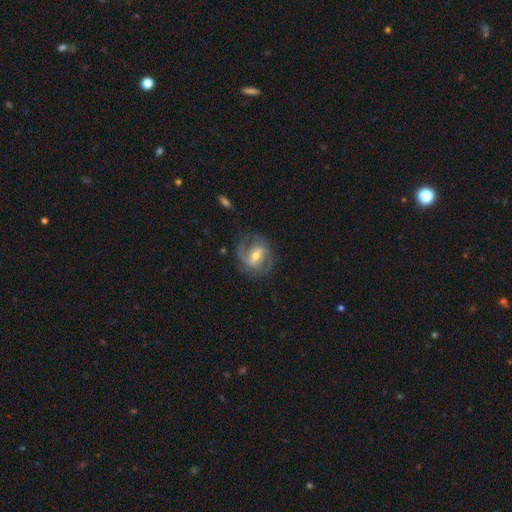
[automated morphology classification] smooth-or-featured: featured or disk: 82% | smooth: 13% | star or artifact: 5%
  disk-edge-on: no: 97% | yes: 3%
    bar: weak: 44% | strong: 38% | no: 18%
    has-spiral-arms: yes: 90% | no: 10%
      spiral-winding: medium: 47% | tight: 34% | loose: 18%
      spiral-arm-count: 2: 70% | can't tell: 12% | 3: 10% | 1: 5% | 4: 2% | more than 4: 2%
    bulge-size: moderate: 64% | small: 30% | large: 4% | none: 1% | dominant: 1%
  merging: none: 71% | minor disturbance: 17% | major disturbance: 10% | merger: 2%